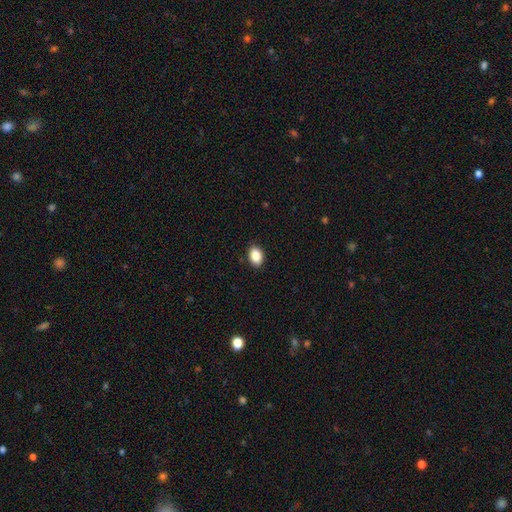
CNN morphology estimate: Q: Smooth or featured?
A: smooth (88%); runner-up: star or artifact (8%)
Q: How rounded?
A: in between (83%); runner-up: round (16%)
Q: Merging?
A: none (89%); runner-up: minor disturbance (9%)